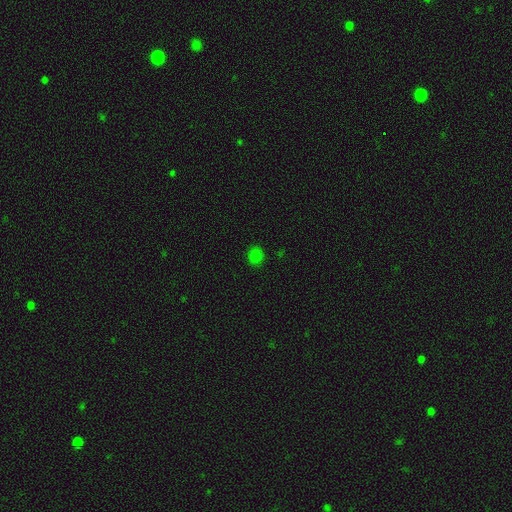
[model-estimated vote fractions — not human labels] The model was most divided on "how rounded": round: 74%, in between: 25%, cigar-shaped: 1%. More confident: merging — none (87%); smooth or featured — smooth (79%).